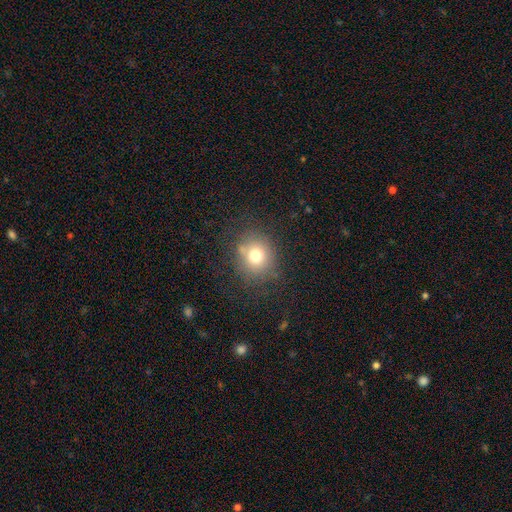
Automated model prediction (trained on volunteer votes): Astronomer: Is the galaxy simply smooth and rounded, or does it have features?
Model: smooth — 72%.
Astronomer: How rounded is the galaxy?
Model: round — 80%.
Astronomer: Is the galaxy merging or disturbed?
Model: none — 75%.